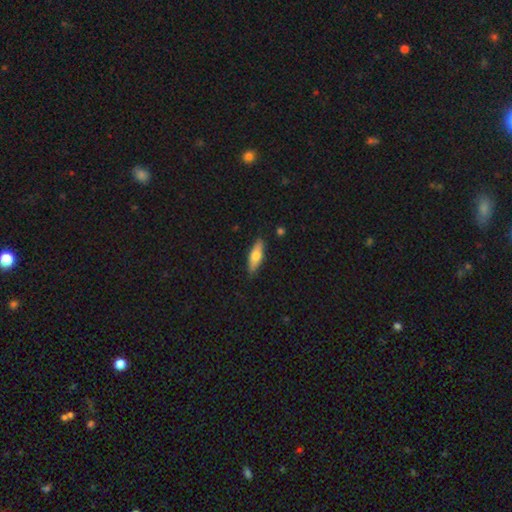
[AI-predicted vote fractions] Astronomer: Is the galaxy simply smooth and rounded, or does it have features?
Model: smooth — 65%.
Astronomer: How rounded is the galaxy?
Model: in between — 52% (runner-up: cigar-shaped, 46%).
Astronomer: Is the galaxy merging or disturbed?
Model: none — 86%.